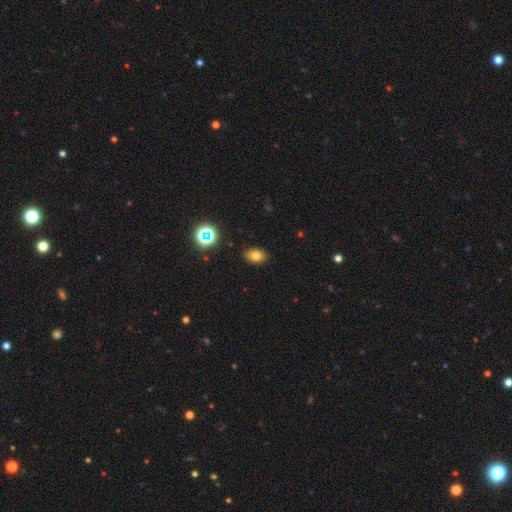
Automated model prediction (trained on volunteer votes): smooth 75%, star or artifact 14%, featured or disk 11%. Down the decision tree: how rounded — in between (82%); merging — none (88%).